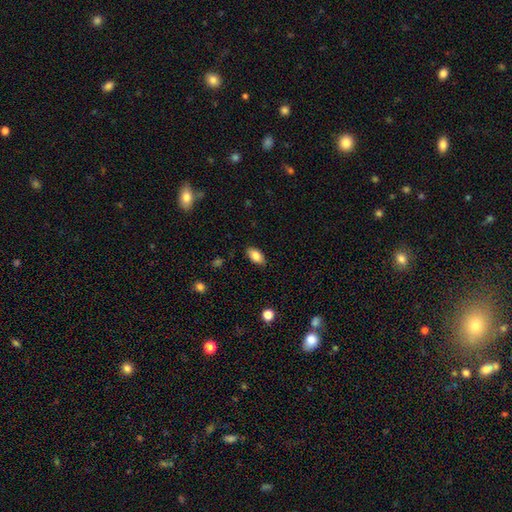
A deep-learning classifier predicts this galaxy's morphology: type=smooth (83%); roundness=in between (92%); merging=none (87%).